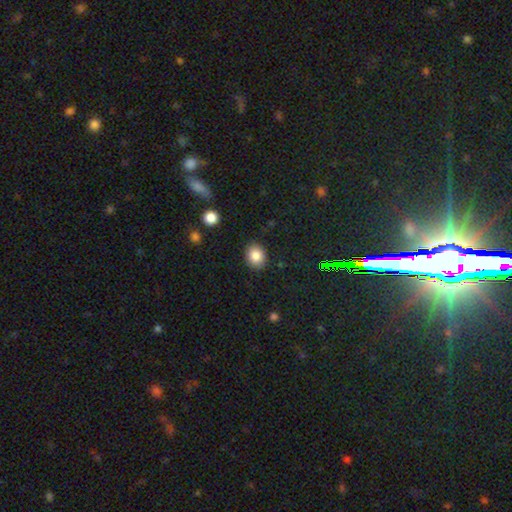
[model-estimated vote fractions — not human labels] Smooth or featured? Predicted: smooth (p=0.85). How rounded? Predicted: round (p=0.63). Merging? Predicted: none (p=0.87).